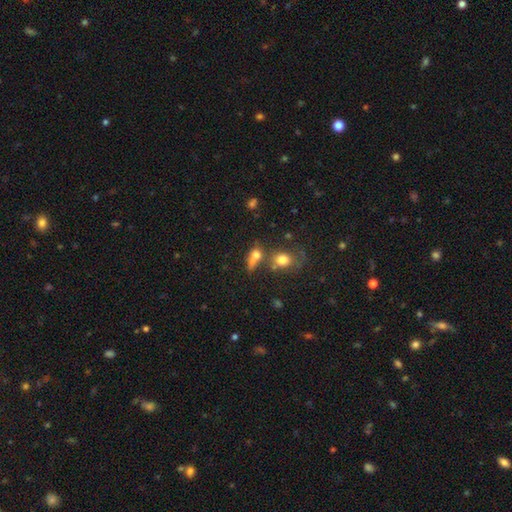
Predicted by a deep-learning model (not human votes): A smooth galaxy with no disk features (69%) that is in between round and cigar-shaped (48%). Merging: merger (39%).